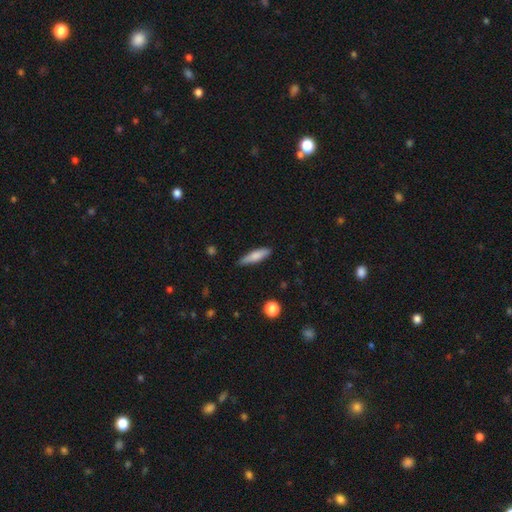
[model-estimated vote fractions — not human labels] Smooth or featured: smooth — 77% (featured or disk — 17%)
How rounded: cigar-shaped — 74% (in between — 24%)
Merging: none — 82% (minor disturbance — 14%)